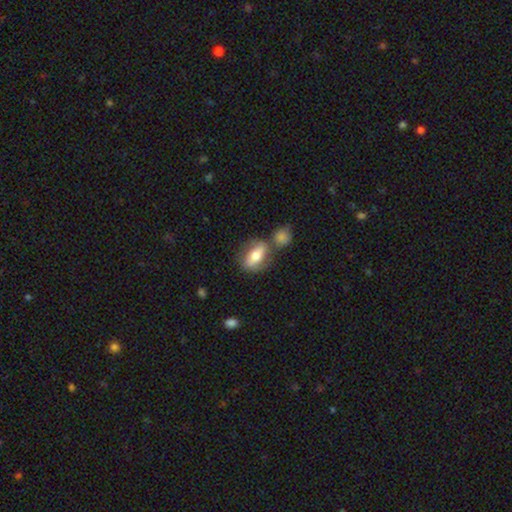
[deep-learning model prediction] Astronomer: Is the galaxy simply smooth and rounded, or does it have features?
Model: smooth — 55% (runner-up: featured or disk, 38%).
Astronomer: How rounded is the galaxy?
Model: in between — 78%.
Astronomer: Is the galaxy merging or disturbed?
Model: none — 57%.